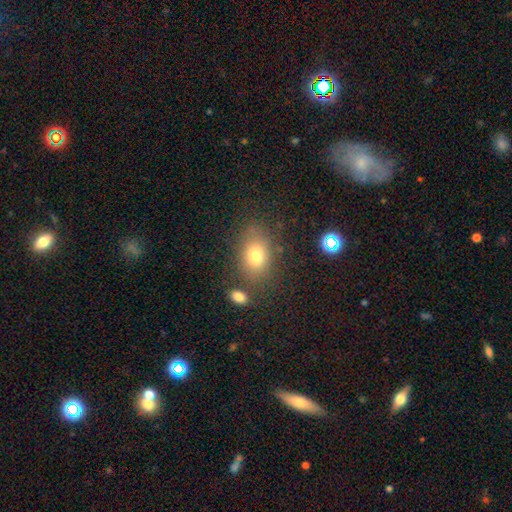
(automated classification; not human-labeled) Smooth or featured: smooth — 76% (featured or disk — 12%)
How rounded: in between — 78% (round — 21%)
Merging: none — 74% (minor disturbance — 14%)